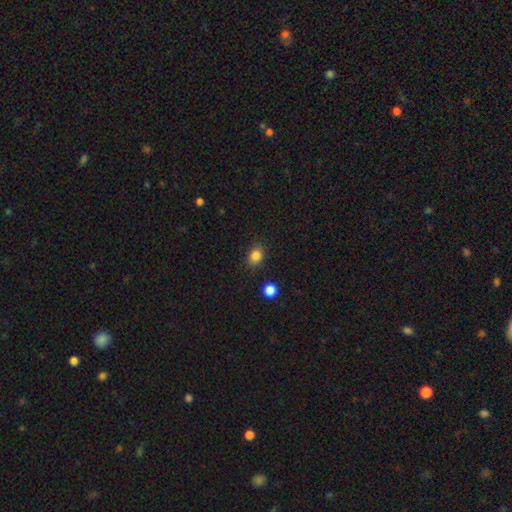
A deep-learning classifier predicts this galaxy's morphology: Q: Smooth or featured?
A: smooth (84%); runner-up: star or artifact (11%)
Q: How rounded?
A: in between (51%); runner-up: round (48%)
Q: Merging?
A: none (85%); runner-up: minor disturbance (10%)